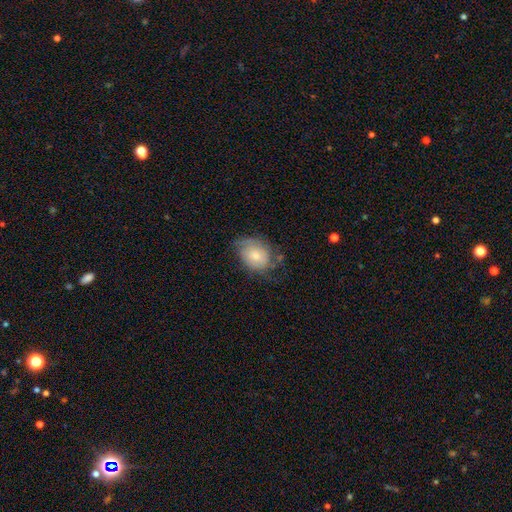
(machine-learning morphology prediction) This is possibly a smooth galaxy (56%). How rounded: likely in between (62%). Merging: possibly none (50%).